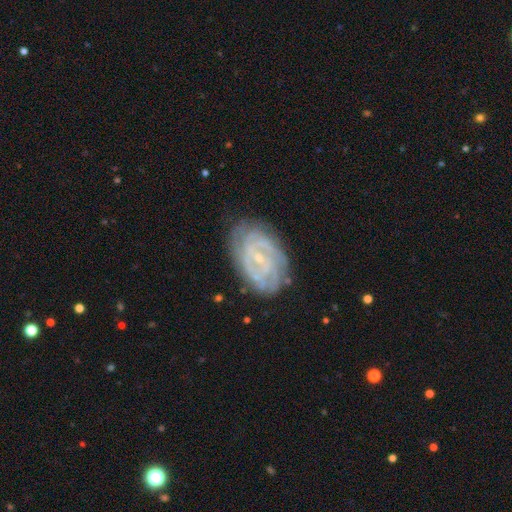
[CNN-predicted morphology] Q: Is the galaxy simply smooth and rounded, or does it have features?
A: featured or disk — 75%.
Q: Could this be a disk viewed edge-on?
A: no — 96%.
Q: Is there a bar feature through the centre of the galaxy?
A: weak — 44%.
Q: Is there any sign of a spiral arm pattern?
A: yes — 92%.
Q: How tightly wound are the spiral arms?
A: tight — 70%.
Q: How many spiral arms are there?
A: can't tell — 35%.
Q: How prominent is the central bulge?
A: small — 78%.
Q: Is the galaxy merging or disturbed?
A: none — 79%.